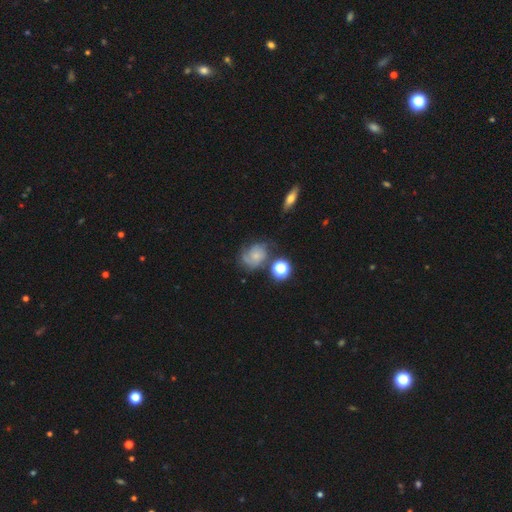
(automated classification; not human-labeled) smooth-or-featured: featured or disk: 54% | smooth: 33% | star or artifact: 13%
  disk-edge-on: no: 97% | yes: 3%
    bar: no: 80% | weak: 17% | strong: 3%
    has-spiral-arms: yes: 85% | no: 15%
    bulge-size: small: 58% | moderate: 23% | none: 14% | large: 4% | dominant: 2%
  merging: none: 49% | minor disturbance: 26% | major disturbance: 17% | merger: 9%